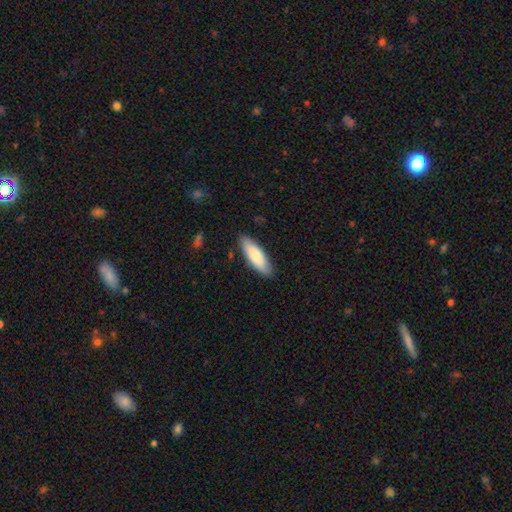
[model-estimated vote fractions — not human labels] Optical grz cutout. It shows a smooth galaxy with no disk features (80%) that is in between round and cigar-shaped (54%). Merging: none (86%).